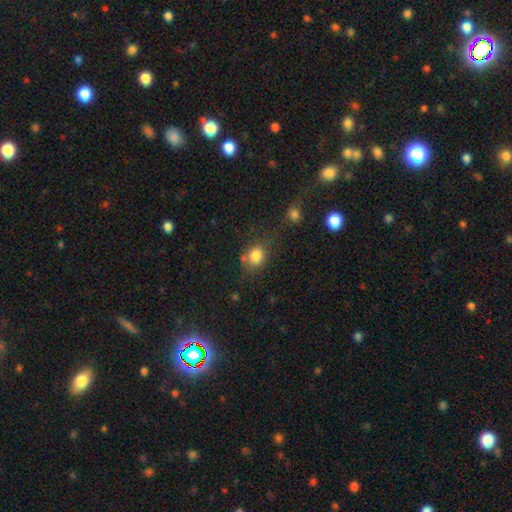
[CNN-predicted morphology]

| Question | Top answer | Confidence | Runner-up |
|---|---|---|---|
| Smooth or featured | smooth | 82% | star or artifact (11%) |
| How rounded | round | 66% | in between (33%) |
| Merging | none | 65% | minor disturbance (17%) |